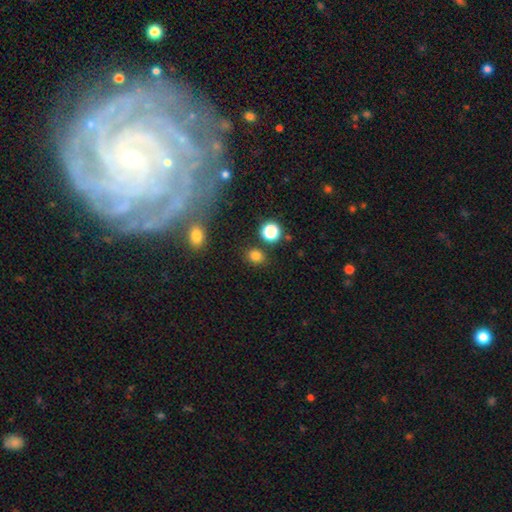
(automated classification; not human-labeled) The model was most divided on "how rounded": round: 67%, in between: 31%, cigar-shaped: 1%. More confident: merging — none (83%); smooth or featured — smooth (79%).